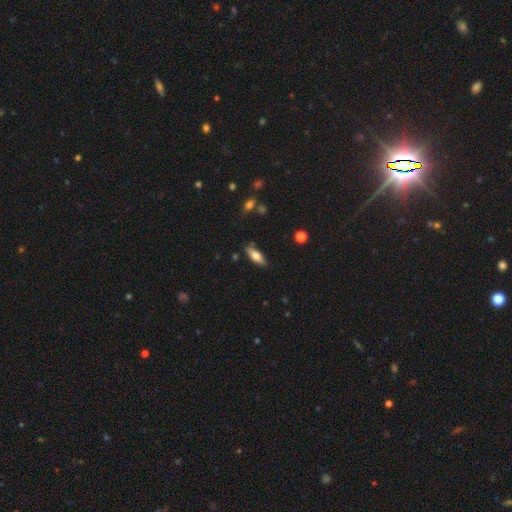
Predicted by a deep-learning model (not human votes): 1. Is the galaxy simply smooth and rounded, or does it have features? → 68% smooth, 26% featured or disk, 7% star or artifact.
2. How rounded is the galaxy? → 65% in between, 33% cigar-shaped, 2% round.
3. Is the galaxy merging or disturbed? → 81% none, 14% minor disturbance, 3% major disturbance, 2% merger.